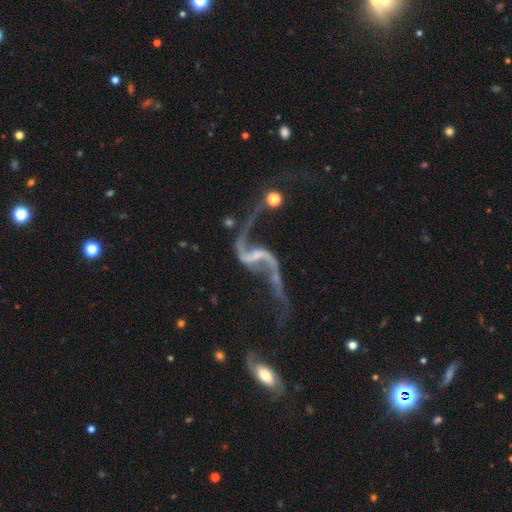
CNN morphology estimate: smooth-or-featured: featured or disk: 89% | star or artifact: 7% | smooth: 4%
  disk-edge-on: no: 96% | yes: 4%
    bar: weak: 42% | strong: 31% | no: 28%
    has-spiral-arms: yes: 94% | no: 6%
      spiral-winding: loose: 92% | medium: 6% | tight: 2%
      spiral-arm-count: 2: 92% | 1: 3% | can't tell: 2% | 3: 1% | 4: 1% | more than 4: 1%
    bulge-size: none: 45% | small: 42% | moderate: 10% | large: 2% | dominant: 1%
  merging: none: 40% | major disturbance: 26% | merger: 17% | minor disturbance: 16%